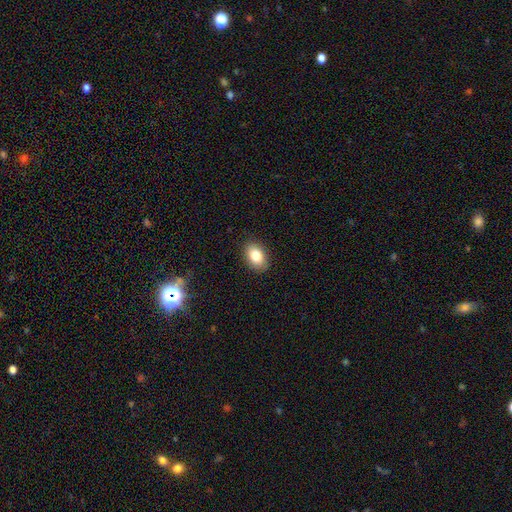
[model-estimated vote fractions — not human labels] Smooth or featured?
  - smooth: 83% *
  - featured or disk: 9%
  - star or artifact: 8%
How rounded?
  - in between: 84% *
  - round: 15%
  - cigar-shaped: 1%
Merging?
  - none: 88% *
  - minor disturbance: 9%
  - major disturbance: 2%
  - merger: 1%